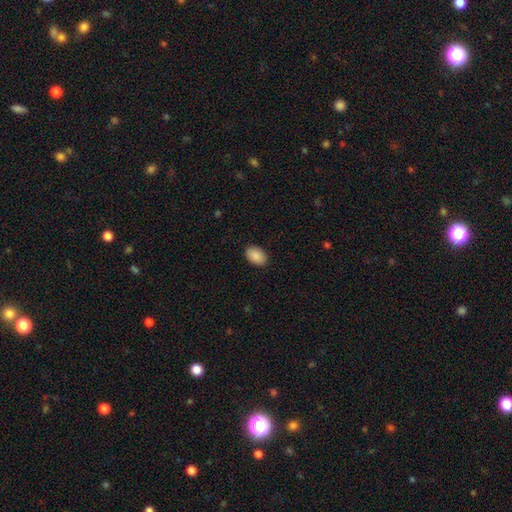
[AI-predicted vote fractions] smooth-or-featured: smooth: 90% | star or artifact: 7% | featured or disk: 3%
  how-rounded: in between: 89% | round: 10% | cigar-shaped: 1%
  merging: none: 90% | minor disturbance: 7% | major disturbance: 2% | merger: 1%